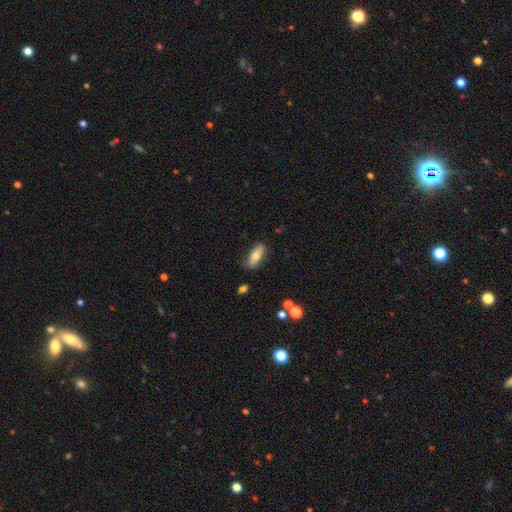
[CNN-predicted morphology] A smooth galaxy with no disk features (68%) that is in between round and cigar-shaped (73%). Merging: none (81%).